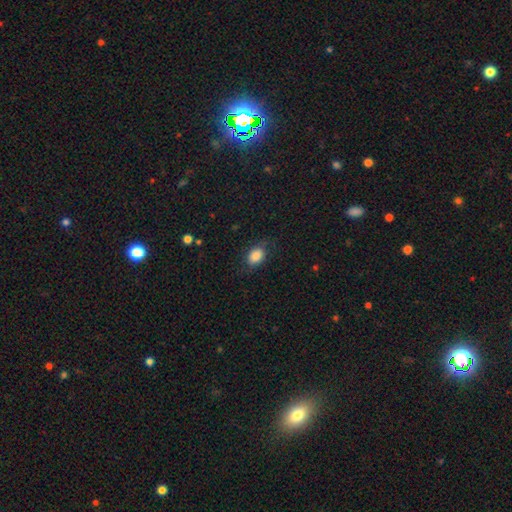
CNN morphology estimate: Smooth or featured? smooth (83%)
How rounded? in between (76%)
Merging? none (72%)